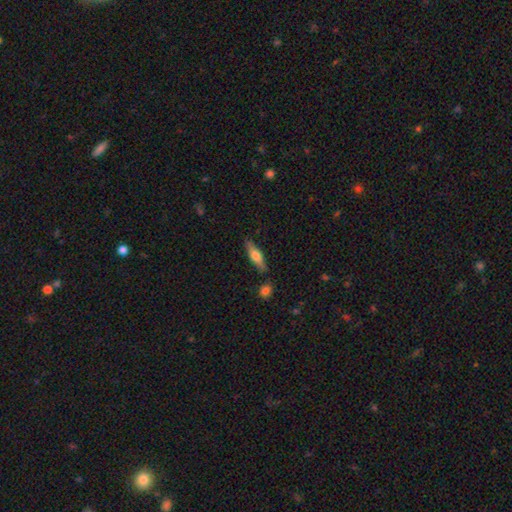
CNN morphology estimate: Smooth or featured: smooth — 53% (featured or disk — 41%)
How rounded: cigar-shaped — 66% (in between — 31%)
Merging: none — 83% (minor disturbance — 11%)